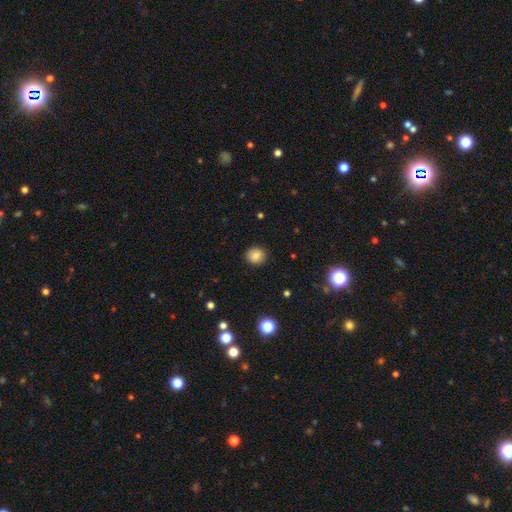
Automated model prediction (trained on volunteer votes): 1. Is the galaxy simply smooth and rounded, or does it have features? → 81% smooth, 11% star or artifact, 8% featured or disk.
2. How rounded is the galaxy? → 87% round, 12% in between, 1% cigar-shaped.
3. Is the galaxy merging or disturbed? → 89% none, 8% minor disturbance, 2% major disturbance, 1% merger.